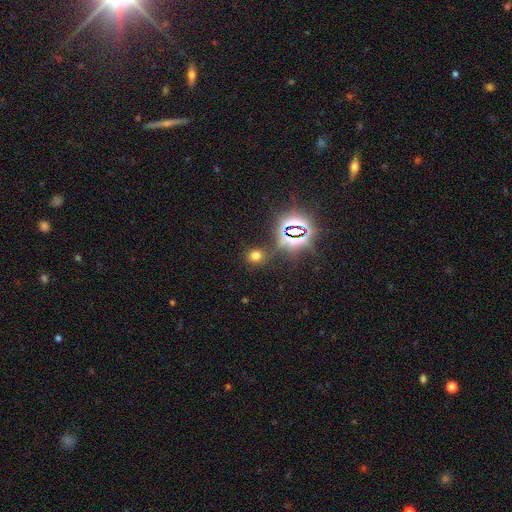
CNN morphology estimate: Smooth or featured? Predicted: smooth (p=0.60). How rounded? Predicted: round (p=0.79). Merging? Predicted: none (p=0.79).